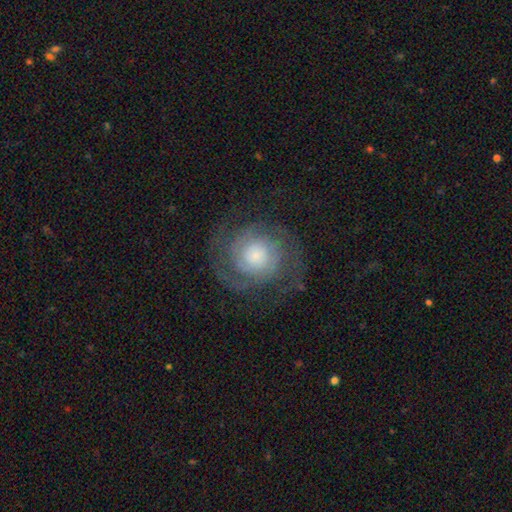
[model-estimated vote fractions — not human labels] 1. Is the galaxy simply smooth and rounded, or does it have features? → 74% featured or disk, 19% smooth, 7% star or artifact.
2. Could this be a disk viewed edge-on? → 98% no, 2% yes.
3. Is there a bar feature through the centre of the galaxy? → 79% no, 17% weak, 3% strong.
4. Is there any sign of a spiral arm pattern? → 92% yes, 8% no.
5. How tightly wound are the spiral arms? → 63% tight, 28% medium, 8% loose.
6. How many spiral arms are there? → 46% 2, 26% can't tell, 12% 3, 6% 1, 6% 4, 5% more than 4.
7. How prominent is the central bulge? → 41% small, 27% moderate, 21% large, 5% none, 5% dominant.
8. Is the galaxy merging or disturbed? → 73% none, 14% minor disturbance, 12% major disturbance, 1% merger.